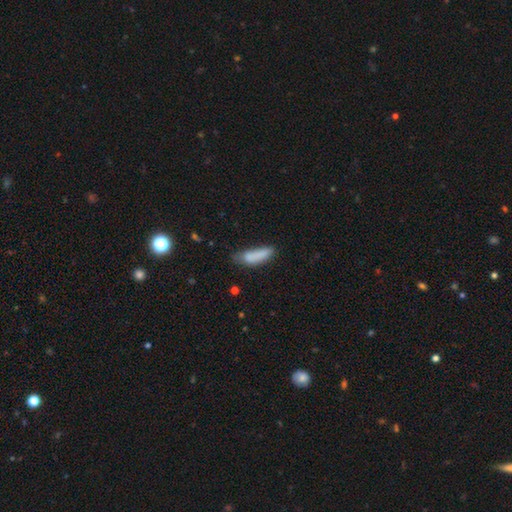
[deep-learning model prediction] Overall: smooth (81%). How rounded: cigar-shaped (51%; in between 47%). Merging: none (46%; minor disturbance 34%).